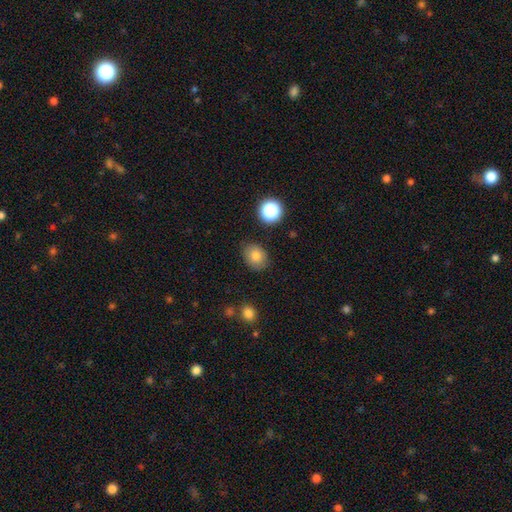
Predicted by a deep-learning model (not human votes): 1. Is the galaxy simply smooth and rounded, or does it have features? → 80% smooth, 11% star or artifact, 9% featured or disk.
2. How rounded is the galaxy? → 53% in between, 47% round, 1% cigar-shaped.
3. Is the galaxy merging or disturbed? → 83% none, 12% minor disturbance, 3% major disturbance, 2% merger.